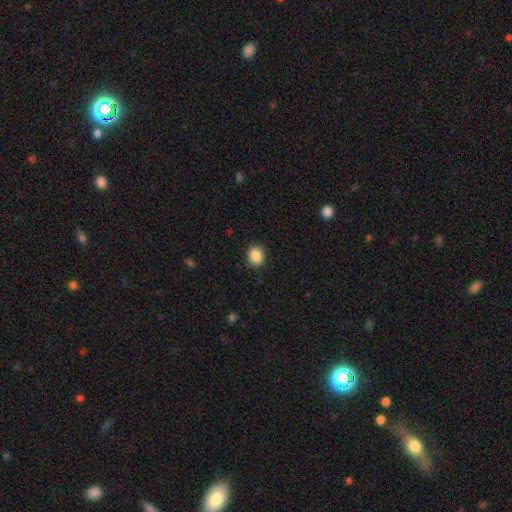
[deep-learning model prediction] Smooth or featured? Predicted: smooth (p=0.87). How rounded? Predicted: round (p=0.76). Merging? Predicted: none (p=0.89).